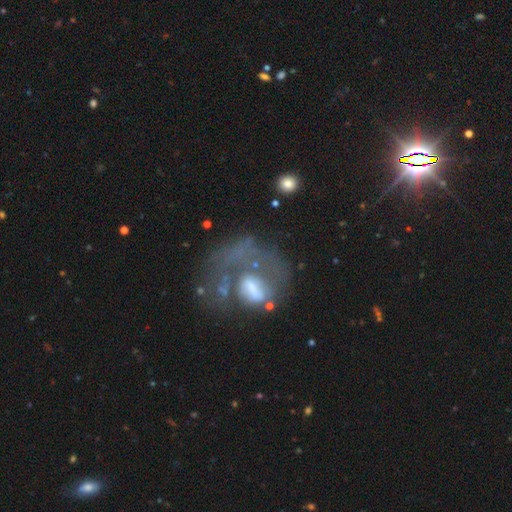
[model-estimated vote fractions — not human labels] A featured or disk galaxy (59%) with no bar (77%), no spiral arms (58%) and a moderate central bulge (42%). Merging: major disturbance (42%).